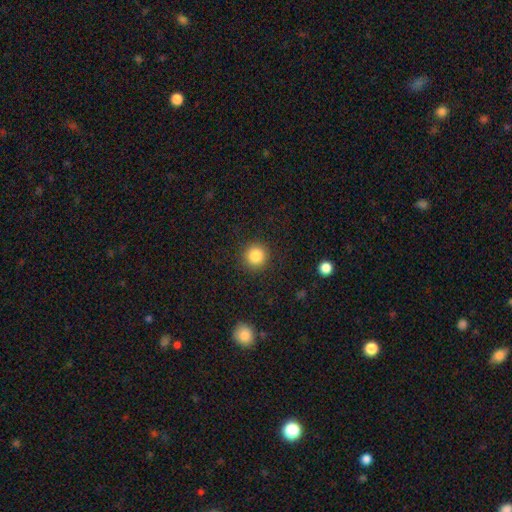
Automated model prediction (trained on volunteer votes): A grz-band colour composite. It shows a smooth galaxy with no disk features (85%) that is round (94%). Merging: none (91%).